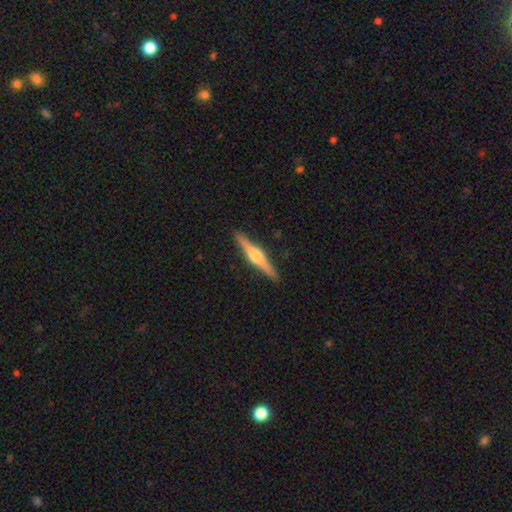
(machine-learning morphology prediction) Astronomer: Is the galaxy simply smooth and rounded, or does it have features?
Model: featured or disk — 74%.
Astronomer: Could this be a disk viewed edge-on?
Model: yes — 98%.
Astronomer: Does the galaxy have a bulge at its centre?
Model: rounded — 92%.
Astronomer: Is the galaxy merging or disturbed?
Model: none — 92%.